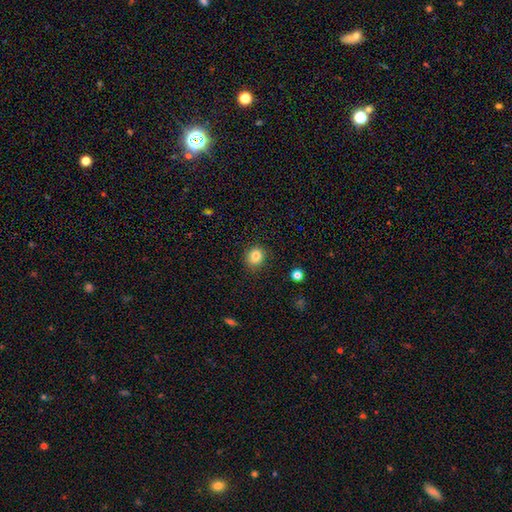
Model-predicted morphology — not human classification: The model was most divided on "how rounded": round: 74%, in between: 25%, cigar-shaped: 1%. More confident: merging — none (87%); smooth or featured — smooth (83%).